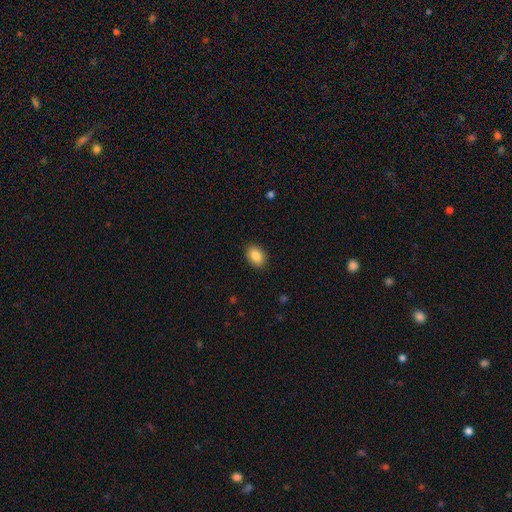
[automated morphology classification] Smooth or featured?
  - smooth: 86% *
  - star or artifact: 8%
  - featured or disk: 6%
How rounded?
  - in between: 78% *
  - round: 21%
  - cigar-shaped: 1%
Merging?
  - none: 89% *
  - minor disturbance: 8%
  - major disturbance: 2%
  - merger: 1%